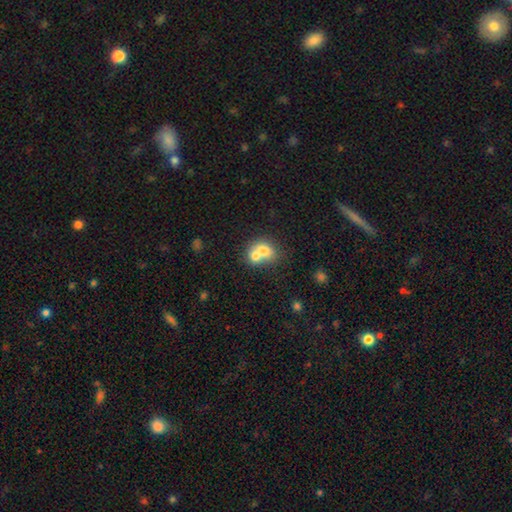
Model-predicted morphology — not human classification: Smooth or featured?
  - smooth: 69% *
  - featured or disk: 22%
  - star or artifact: 9%
How rounded?
  - round: 56% *
  - in between: 43%
  - cigar-shaped: 1%
Merging?
  - merger: 70% *
  - none: 21%
  - minor disturbance: 6%
  - major disturbance: 3%